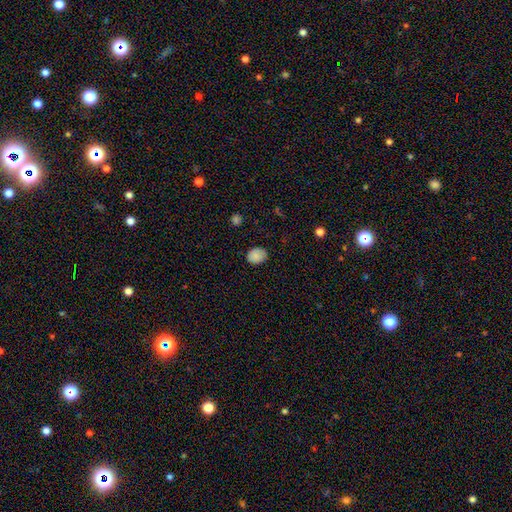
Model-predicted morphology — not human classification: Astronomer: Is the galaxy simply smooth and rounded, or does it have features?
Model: smooth — 84%.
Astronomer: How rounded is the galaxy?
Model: in between — 52% (runner-up: round, 47%).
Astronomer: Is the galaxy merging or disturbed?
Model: none — 81%.